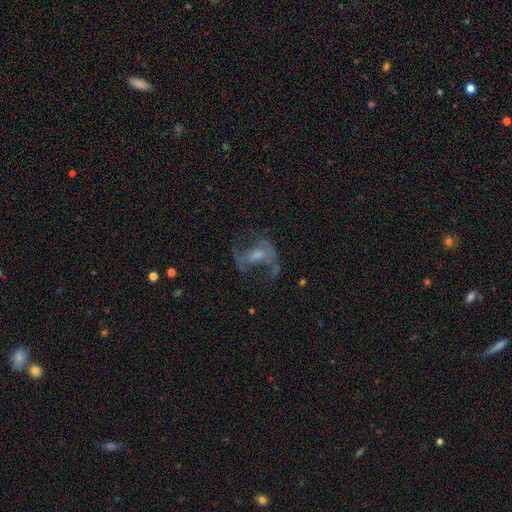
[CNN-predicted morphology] featured or disk 69%, smooth 19%, star or artifact 12%. Down the decision tree: edge-on disk — no (97%); bar — no (50%); spiral arms — yes (69%); bulge size — moderate (38%); merging — none (45%).